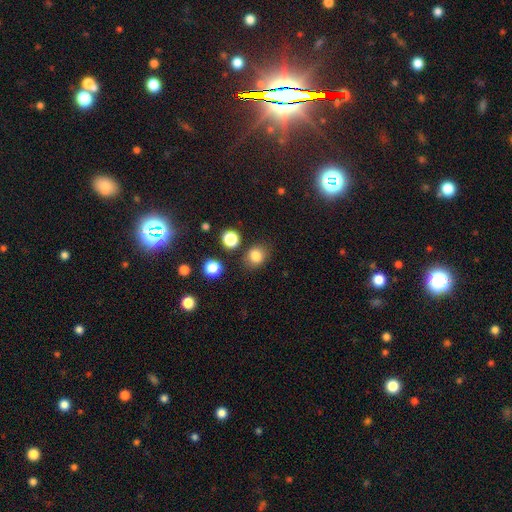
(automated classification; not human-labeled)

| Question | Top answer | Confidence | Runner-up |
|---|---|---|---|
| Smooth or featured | smooth | 82% | star or artifact (12%) |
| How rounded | round | 63% | in between (36%) |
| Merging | none | 80% | minor disturbance (12%) |